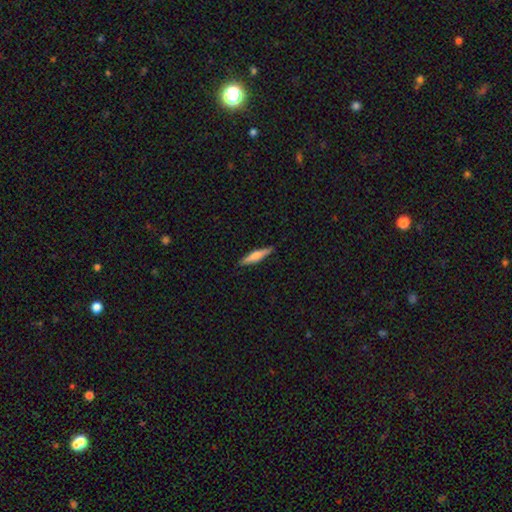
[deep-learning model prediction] Q: Smooth or featured?
A: smooth (59%); runner-up: featured or disk (36%)
Q: How rounded?
A: cigar-shaped (86%); runner-up: in between (12%)
Q: Merging?
A: none (89%); runner-up: minor disturbance (8%)